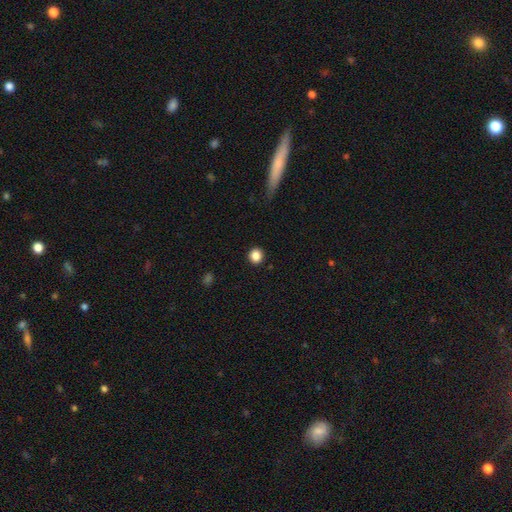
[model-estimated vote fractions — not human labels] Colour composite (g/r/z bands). It shows a smooth galaxy with no disk features (86%) that is round (89%). Merging: none (92%).